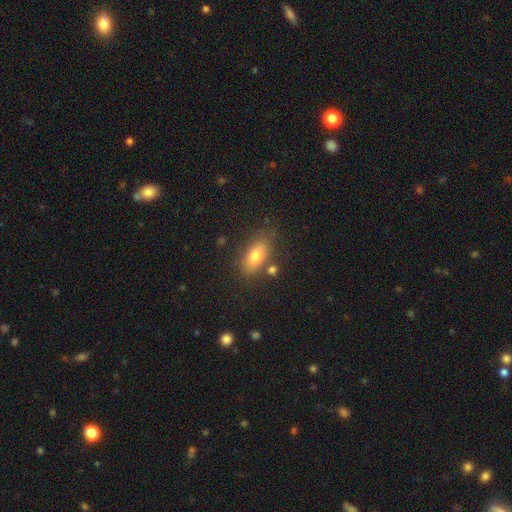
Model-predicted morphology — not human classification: A smooth galaxy with no disk features (74%) that is in between round and cigar-shaped (83%).

Vote fractions:
- Smooth or featured? smooth: 74% / featured or disk: 17% / star or artifact: 9%
- How rounded? in between: 83% / cigar-shaped: 10% / round: 7%
- Merging? none: 73% / minor disturbance: 15% / merger: 7% / major disturbance: 5%